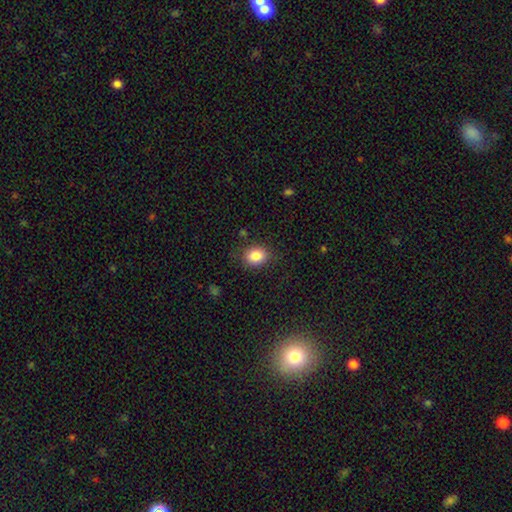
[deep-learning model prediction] Smooth or featured? smooth (86%)
How rounded? in between (55%)
Merging? none (82%)